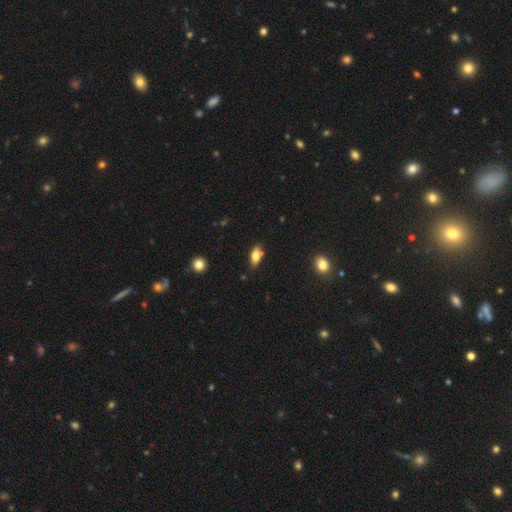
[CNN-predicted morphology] A smooth galaxy with no disk features (76%) that is in between round and cigar-shaped (86%).

Vote fractions:
- Smooth or featured? smooth: 76% / featured or disk: 16% / star or artifact: 8%
- How rounded? in between: 86% / cigar-shaped: 10% / round: 5%
- Merging? none: 69% / minor disturbance: 19% / merger: 8% / major disturbance: 4%